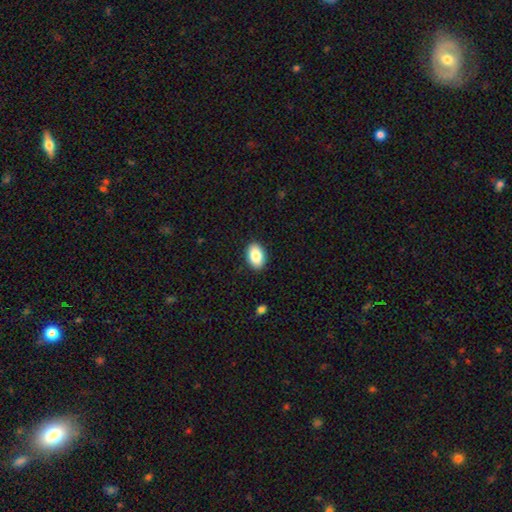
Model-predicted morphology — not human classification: This appears to be a smooth galaxy with no disk features (86%) that is in between round and cigar-shaped (91%). Merging: none (90%).